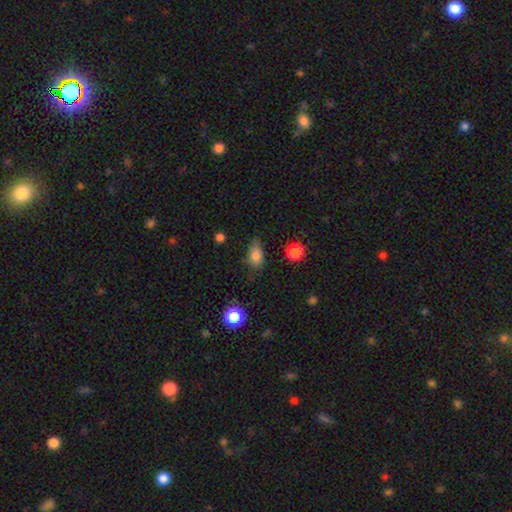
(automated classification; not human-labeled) Q: Smooth or featured?
A: smooth (81%); runner-up: star or artifact (11%)
Q: How rounded?
A: in between (82%); runner-up: round (12%)
Q: Merging?
A: none (62%); runner-up: minor disturbance (29%)